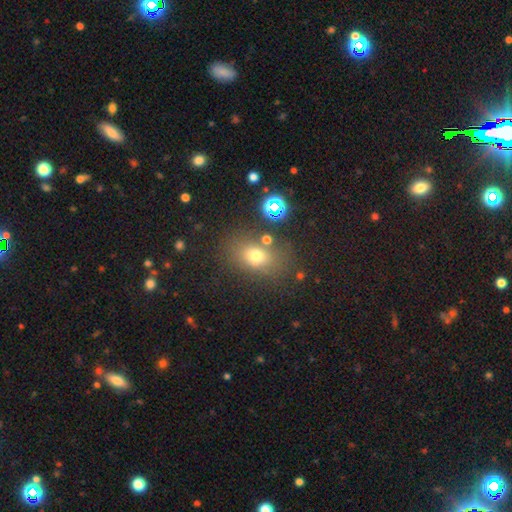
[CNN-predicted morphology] Smooth or featured?
  - smooth: 68% *
  - star or artifact: 19%
  - featured or disk: 14%
How rounded?
  - in between: 66% *
  - round: 32%
  - cigar-shaped: 2%
Merging?
  - none: 70% *
  - minor disturbance: 14%
  - merger: 9%
  - major disturbance: 7%